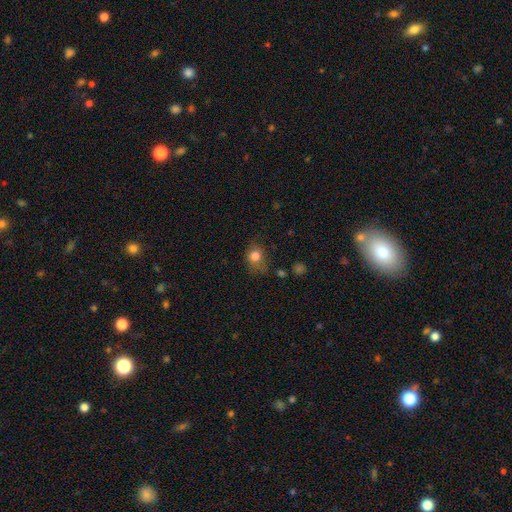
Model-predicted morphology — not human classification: This appears to be a smooth galaxy with no disk features (80%) that is round (63%). Merging: none (62%).